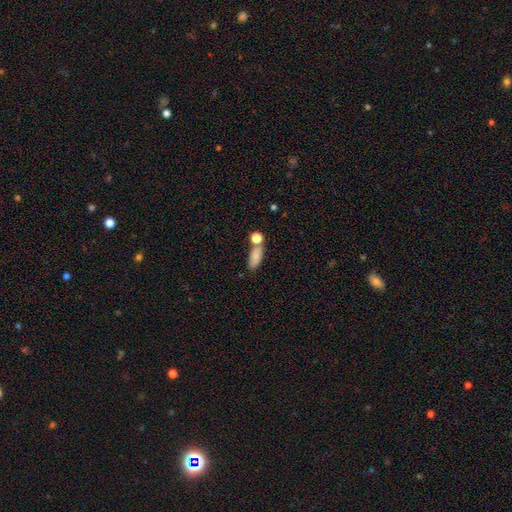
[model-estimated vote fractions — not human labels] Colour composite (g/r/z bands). It shows a smooth galaxy with no disk features (82%) that is in between round and cigar-shaped (76%). Merging: none (57%).